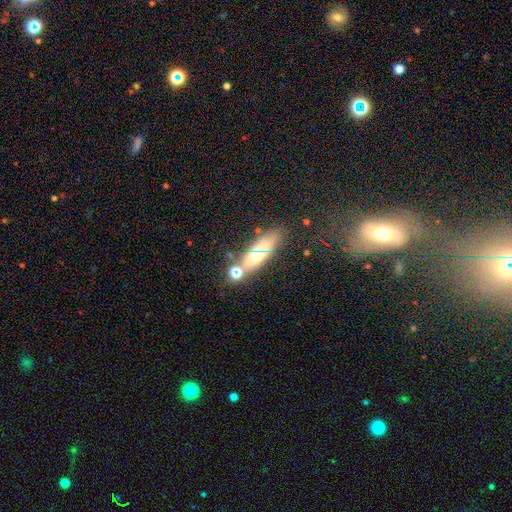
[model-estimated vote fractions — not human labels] Morphology: type=smooth (48%); merging=none (64%).